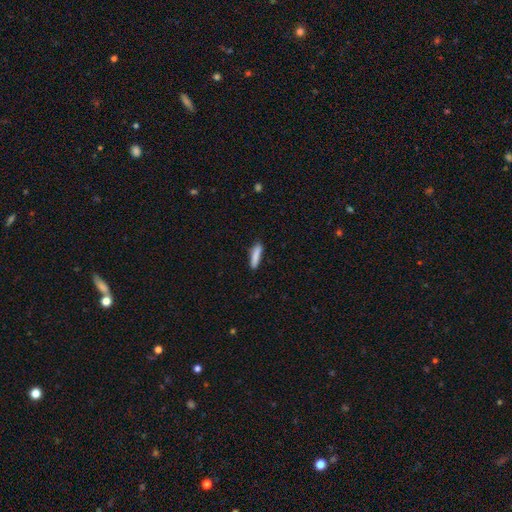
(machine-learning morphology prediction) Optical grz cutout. It shows a smooth galaxy with no disk features (86%) that is cigar-shaped (81%). Merging: none (85%).